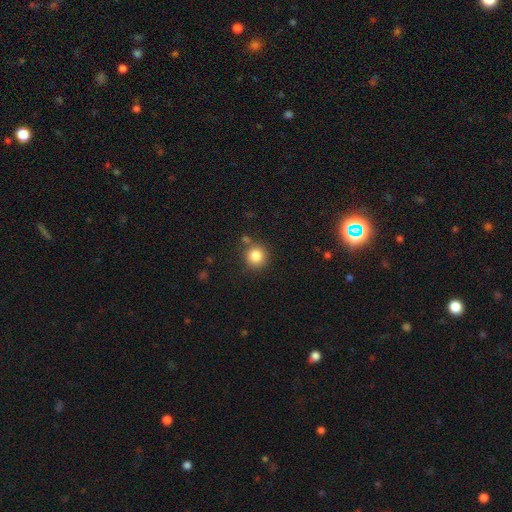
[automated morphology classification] A smooth galaxy with no disk features (84%) that is round (93%). Merging: none (80%).